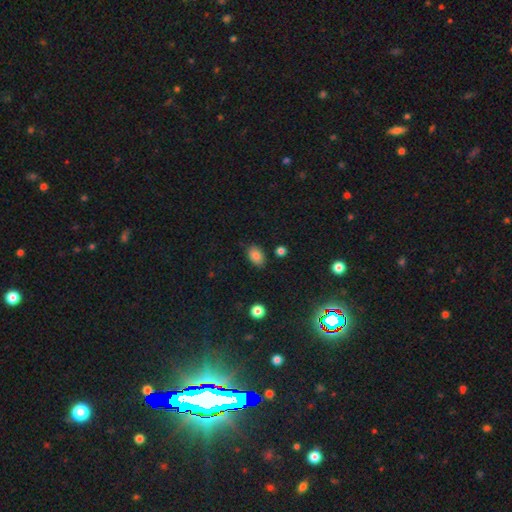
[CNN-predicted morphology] type=smooth (84%); roundness=in between (85%); merging=none (82%).